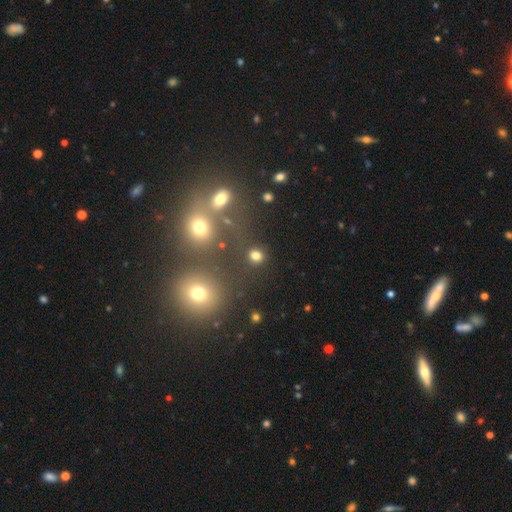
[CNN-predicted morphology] smooth 77%, star or artifact 18%, featured or disk 6%. Down the decision tree: how rounded — round (85%); merging — none (82%).